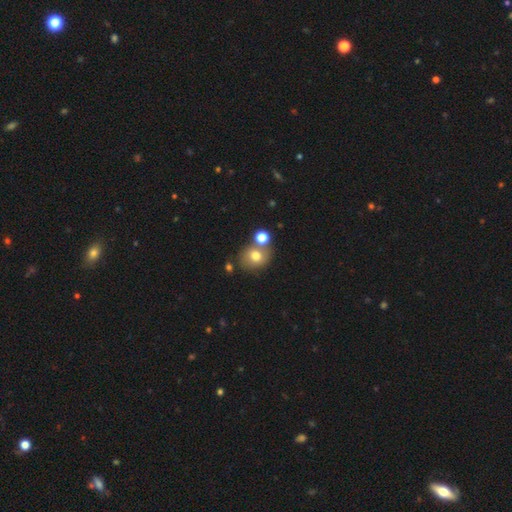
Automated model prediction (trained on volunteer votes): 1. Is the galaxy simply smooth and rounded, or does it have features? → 73% smooth, 14% featured or disk, 13% star or artifact.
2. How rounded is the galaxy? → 71% round, 28% in between, 1% cigar-shaped.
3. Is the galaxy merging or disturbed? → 60% none, 25% merger, 12% minor disturbance, 4% major disturbance.